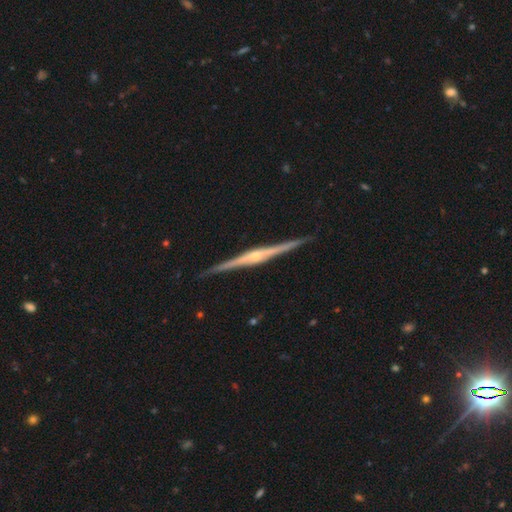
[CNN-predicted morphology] This is clearly a featured or disk galaxy (88%). It is clearly viewed edge-on (99%). Edge-on bulge: likely rounded (75%). Merging: clearly none (90%).